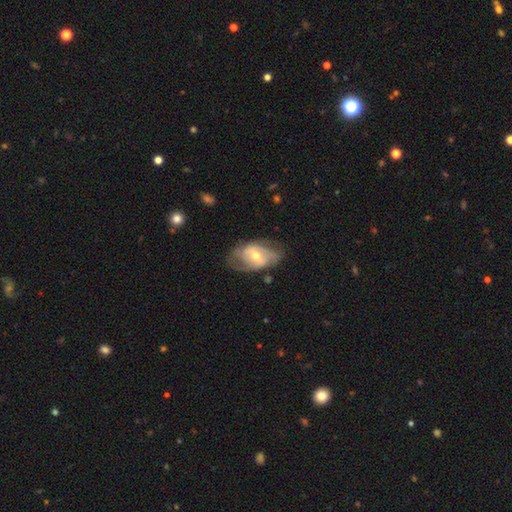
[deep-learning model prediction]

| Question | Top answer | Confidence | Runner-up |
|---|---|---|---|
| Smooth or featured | featured or disk | 67% | smooth (28%) |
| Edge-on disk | no | 94% | yes (6%) |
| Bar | no | 43% | weak (41%) |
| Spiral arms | yes | 73% | no (27%) |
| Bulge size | moderate | 62% | small (33%) |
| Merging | none | 58% | minor disturbance (26%) |